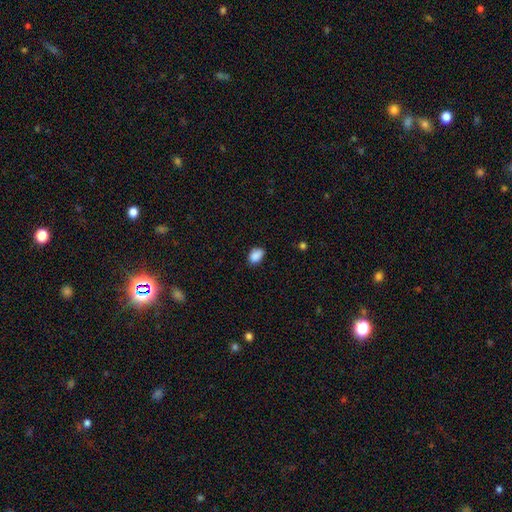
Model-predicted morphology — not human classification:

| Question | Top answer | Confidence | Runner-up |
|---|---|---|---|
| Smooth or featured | smooth | 88% | star or artifact (8%) |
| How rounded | in between | 82% | round (17%) |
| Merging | none | 75% | minor disturbance (20%) |